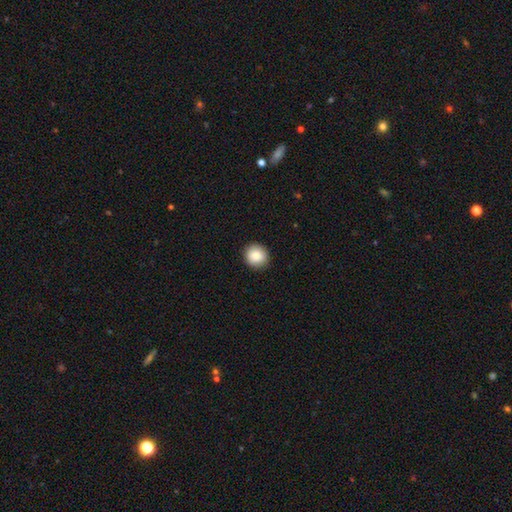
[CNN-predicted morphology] This appears to be a smooth galaxy with no disk features (87%) that is round (91%). Merging: none (90%).